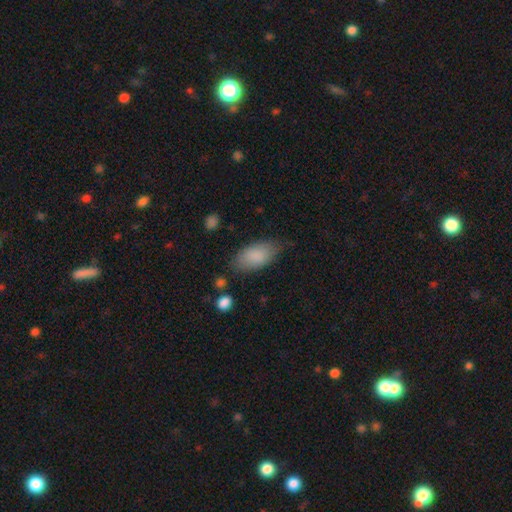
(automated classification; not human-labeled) smooth-or-featured: smooth: 86% | featured or disk: 7% | star or artifact: 6%
  how-rounded: in between: 92% | cigar-shaped: 5% | round: 3%
  merging: none: 74% | minor disturbance: 19% | major disturbance: 5% | merger: 2%